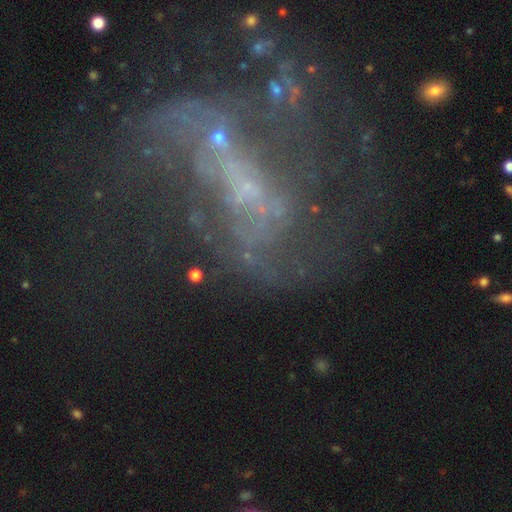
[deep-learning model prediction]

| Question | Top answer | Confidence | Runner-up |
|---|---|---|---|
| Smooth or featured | featured or disk | 68% | star or artifact (20%) |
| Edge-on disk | no | 96% | yes (4%) |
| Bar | no | 54% | weak (30%) |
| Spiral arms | yes | 63% | no (37%) |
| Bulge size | none | 47% | small (40%) |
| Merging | none | 39% | major disturbance (36%) |